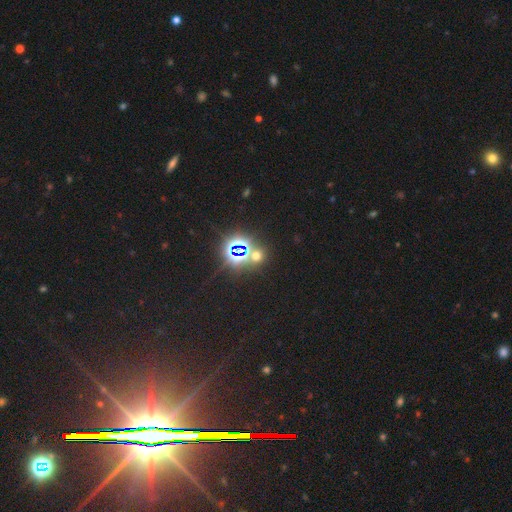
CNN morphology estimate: smooth-or-featured: star or artifact: 60% | smooth: 34% | featured or disk: 7%